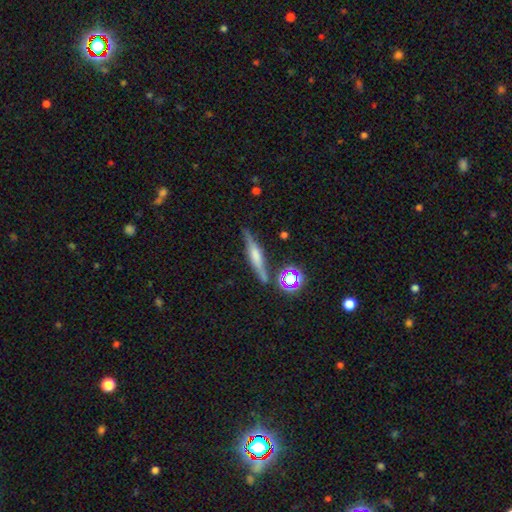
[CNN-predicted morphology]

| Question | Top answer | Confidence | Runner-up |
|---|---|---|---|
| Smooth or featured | featured or disk | 56% | smooth (31%) |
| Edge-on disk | yes | 94% | no (6%) |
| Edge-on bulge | rounded | 61% | boxy (24%) |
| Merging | none | 81% | minor disturbance (11%) |